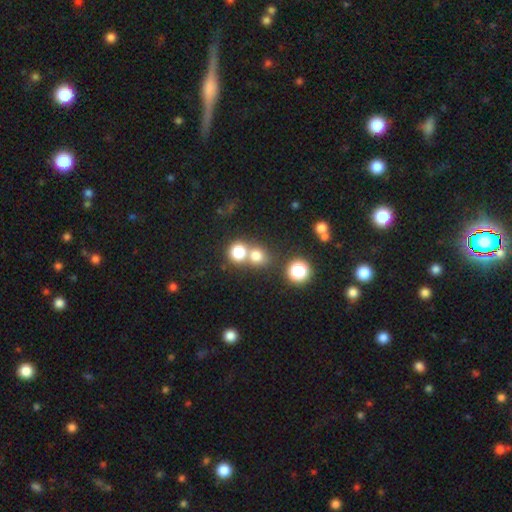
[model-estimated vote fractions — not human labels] Q: Smooth or featured?
A: smooth (72%); runner-up: star or artifact (19%)
Q: How rounded?
A: round (83%); runner-up: in between (16%)
Q: Merging?
A: none (51%); runner-up: merger (40%)